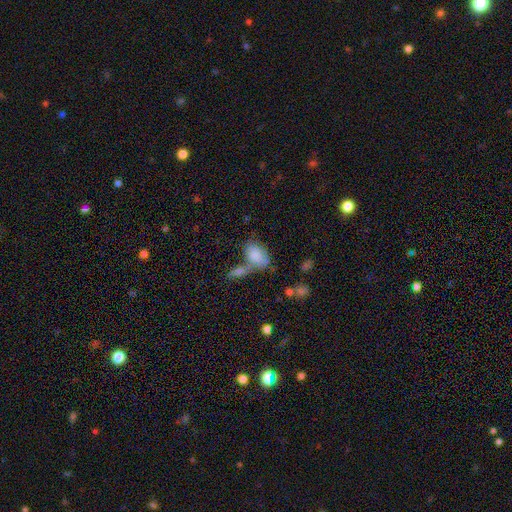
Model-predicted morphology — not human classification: smooth_or_featured: smooth (p=0.80) [alt: featured or disk p=0.12]
how_rounded: in between (p=0.89) [alt: round p=0.09]
merging: merger (p=0.42) [alt: none p=0.35]